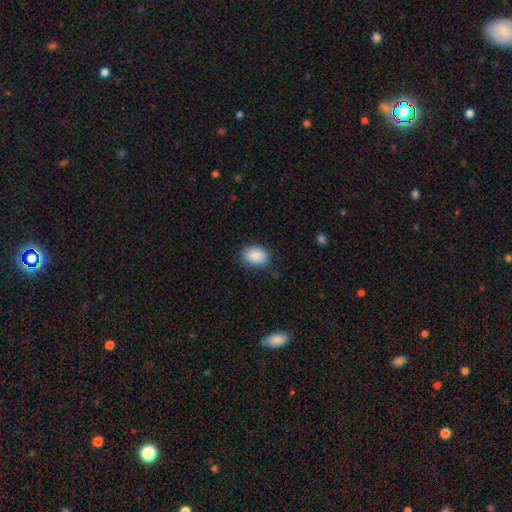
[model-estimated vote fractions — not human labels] A smooth galaxy with no disk features (89%) that is in between round and cigar-shaped (77%).

Vote fractions:
- Smooth or featured? smooth: 89% / star or artifact: 7% / featured or disk: 4%
- How rounded? in between: 77% / round: 22% / cigar-shaped: 1%
- Merging? none: 81% / minor disturbance: 15% / major disturbance: 3% / merger: 1%